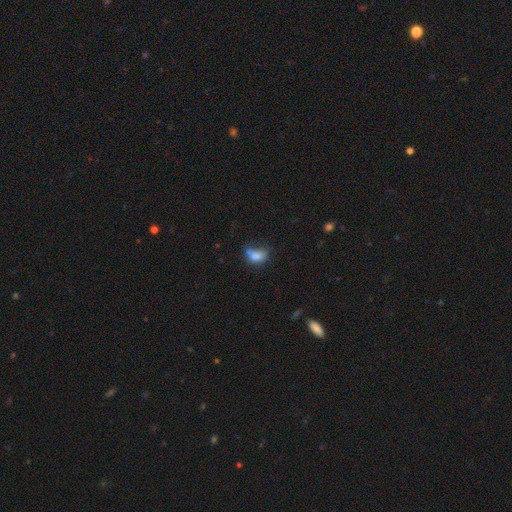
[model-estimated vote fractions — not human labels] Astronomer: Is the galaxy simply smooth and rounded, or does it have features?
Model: smooth — 77%.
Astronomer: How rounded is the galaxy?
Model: in between — 81%.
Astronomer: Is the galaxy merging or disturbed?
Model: none — 33% (runner-up: minor disturbance, 28%).